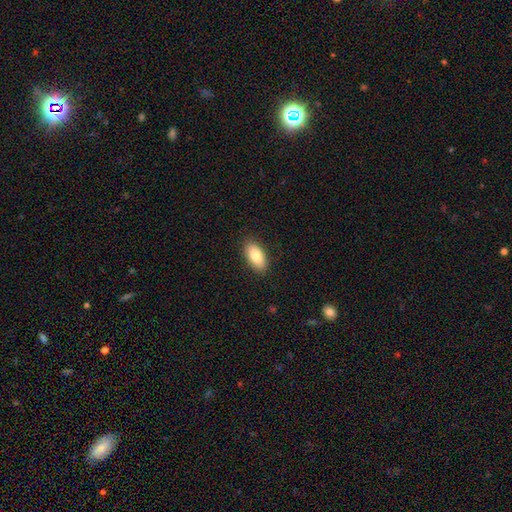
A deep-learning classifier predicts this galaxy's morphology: This is clearly a smooth galaxy (84%). How rounded: clearly in between (92%). Merging: clearly none (88%).